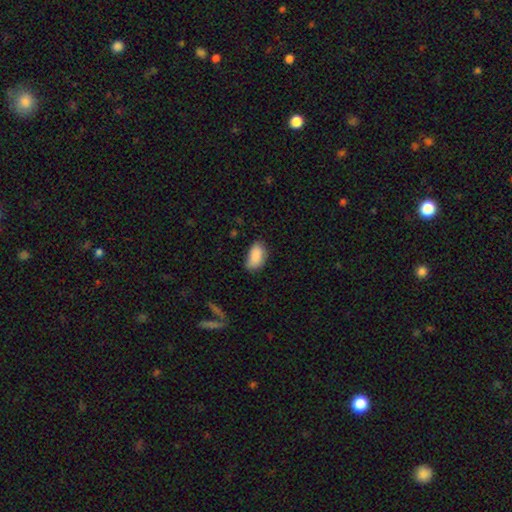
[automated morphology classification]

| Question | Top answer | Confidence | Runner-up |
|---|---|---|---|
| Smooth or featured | smooth | 87% | star or artifact (7%) |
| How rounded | in between | 93% | round (5%) |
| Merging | none | 65% | minor disturbance (28%) |